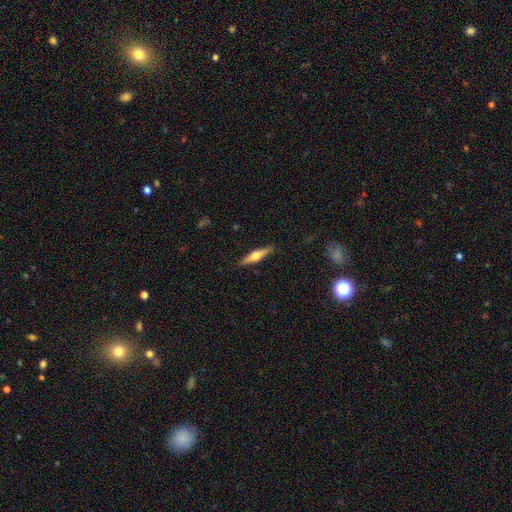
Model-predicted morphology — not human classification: smooth_or_featured: featured or disk (p=0.60) [alt: smooth p=0.34]
disk_edge_on: yes (p=0.96) [alt: no p=0.04]
edge_on_bulge: rounded (p=0.93) [alt: boxy p=0.04]
merging: none (p=0.89) [alt: minor disturbance p=0.08]